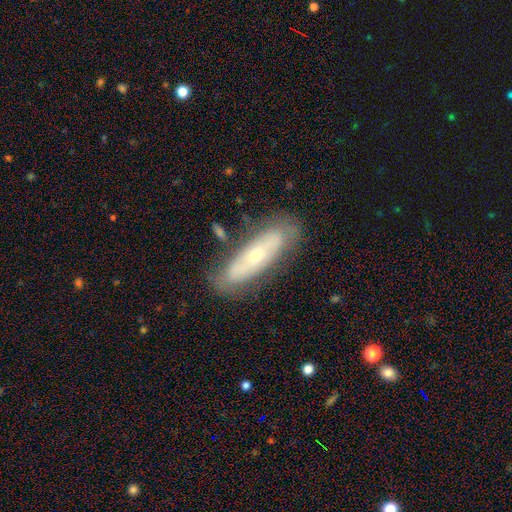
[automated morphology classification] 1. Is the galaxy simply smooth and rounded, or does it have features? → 58% featured or disk, 36% smooth, 6% star or artifact.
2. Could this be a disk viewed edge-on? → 73% no, 27% yes.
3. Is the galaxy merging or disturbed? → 76% none, 16% minor disturbance, 6% major disturbance, 3% merger.